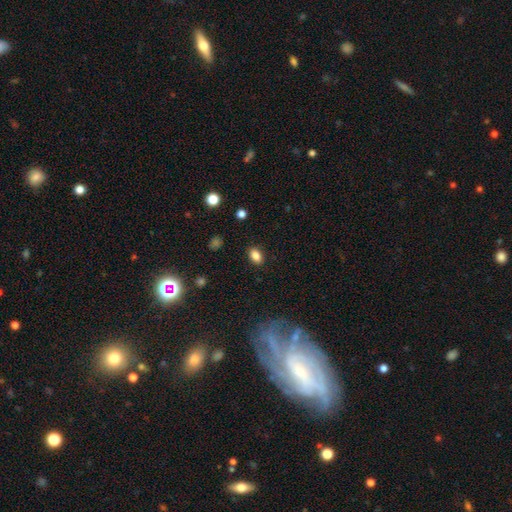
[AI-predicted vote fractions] Smooth or featured? smooth (85%)
How rounded? in between (84%)
Merging? none (87%)